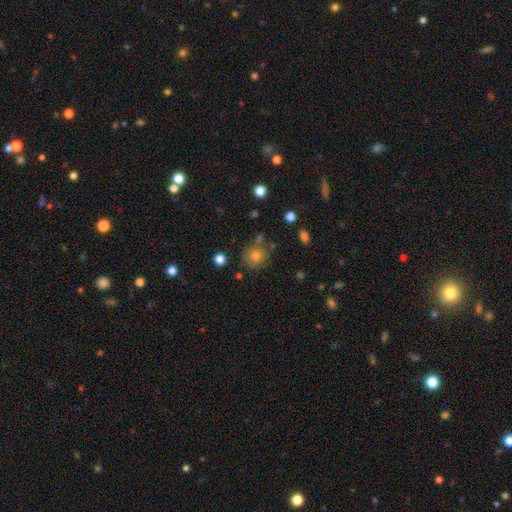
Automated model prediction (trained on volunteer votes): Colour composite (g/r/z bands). It shows a smooth galaxy with no disk features (78%) that is round (87%). Merging: none (76%).